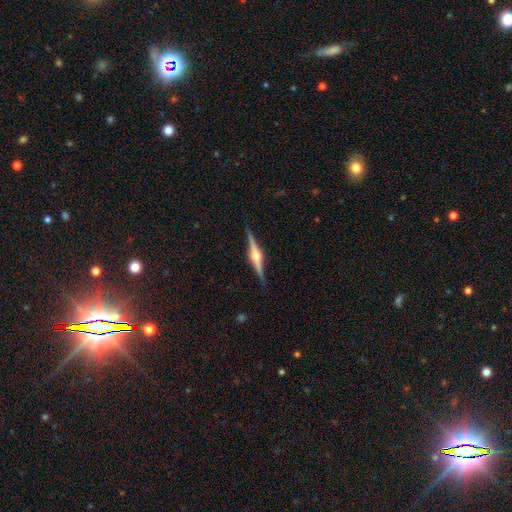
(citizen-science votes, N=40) Smooth or featured?
  - featured or disk: 80% *
  - smooth: 10%
  - star or artifact: 10%
Edge-on disk?
  - yes: 100% *
  - no: 0%
Edge-on bulge?
  - rounded: 91% *
  - boxy: 9%
  - none: 0%
Merging?
  - none: 92% *
  - minor disturbance: 8%
  - major disturbance: 0%
  - merger: 0%